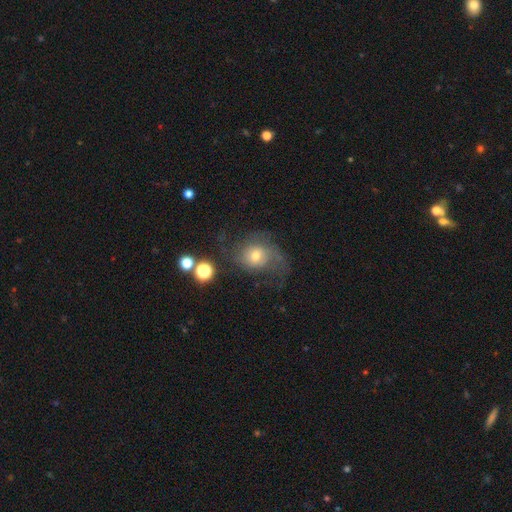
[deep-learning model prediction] Overall: featured or disk (50%; smooth 39%). Merging: none (39%; major disturbance 36%).